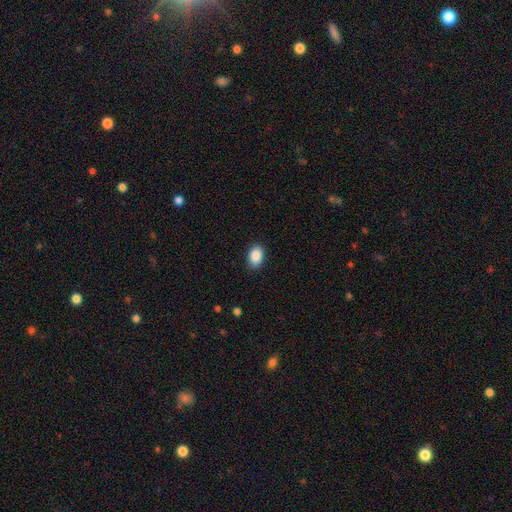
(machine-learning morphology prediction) A smooth galaxy with no disk features (89%) that is in between round and cigar-shaped (87%). Merging: none (87%).